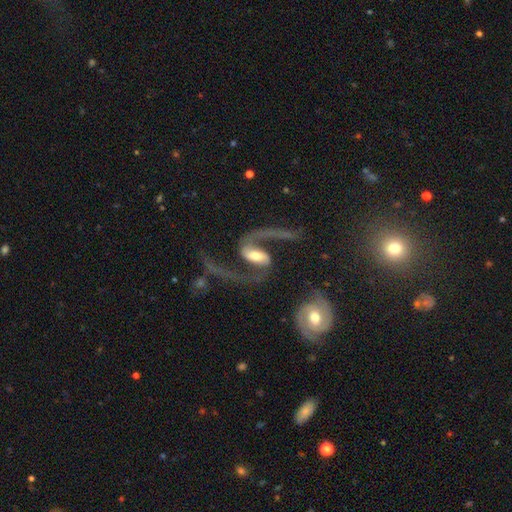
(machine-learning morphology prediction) smooth-or-featured: featured or disk: 90% | smooth: 5% | star or artifact: 4%
  disk-edge-on: no: 96% | yes: 4%
    bar: strong: 44% | weak: 41% | no: 16%
    has-spiral-arms: yes: 97% | no: 3%
      spiral-winding: loose: 79% | medium: 17% | tight: 4%
      spiral-arm-count: 2: 93% | 1: 3% | can't tell: 1% | 3: 1% | 4: 1% | more than 4: 1%
    bulge-size: moderate: 56% | small: 19% | large: 19% | none: 3% | dominant: 3%
  merging: none: 59% | major disturbance: 22% | minor disturbance: 13% | merger: 7%